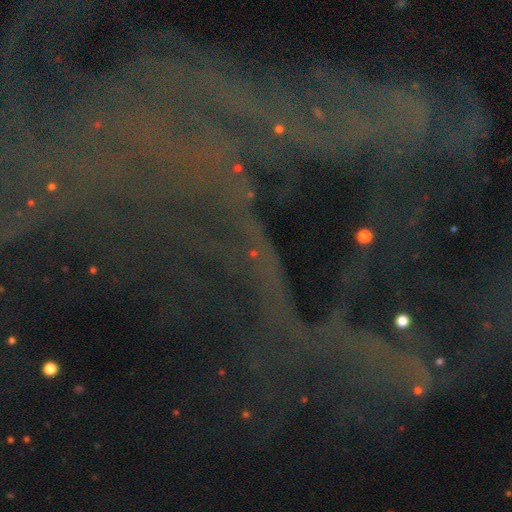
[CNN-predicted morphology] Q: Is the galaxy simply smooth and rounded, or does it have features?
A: star or artifact — 81%.